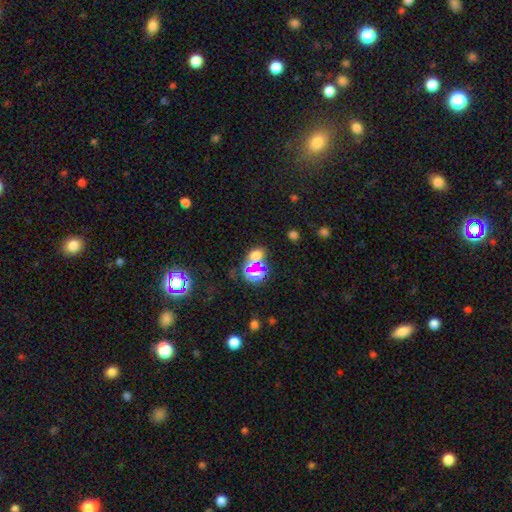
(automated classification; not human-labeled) A smooth galaxy with no disk features (45%).

Vote fractions:
- Smooth or featured? smooth: 45% / star or artifact: 42% / featured or disk: 13%
- Merging? none: 47% / merger: 36% / minor disturbance: 10% / major disturbance: 8%